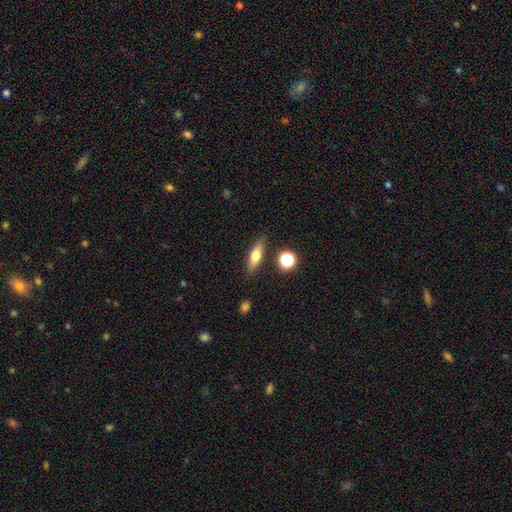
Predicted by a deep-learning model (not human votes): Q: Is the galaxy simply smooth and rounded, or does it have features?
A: smooth — 58%.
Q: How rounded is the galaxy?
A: cigar-shaped — 52%.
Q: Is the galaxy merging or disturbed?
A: none — 84%.